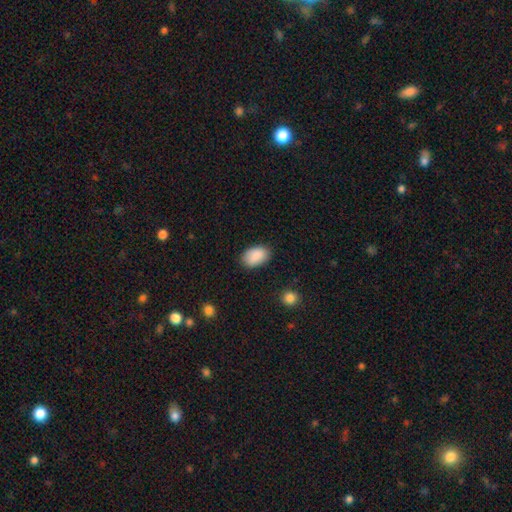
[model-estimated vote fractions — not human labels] smooth 90%, star or artifact 7%, featured or disk 4%. Down the decision tree: how rounded — in between (91%); merging — none (83%).